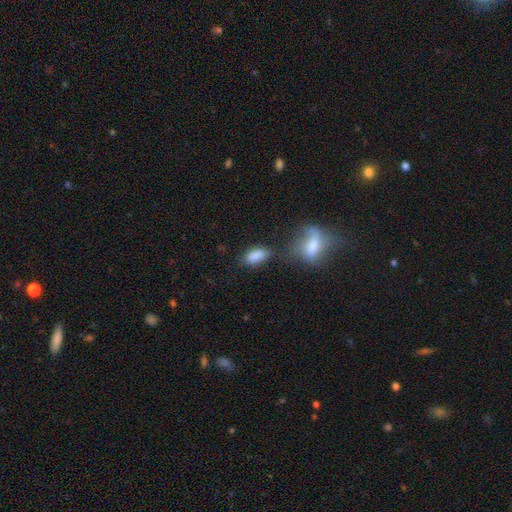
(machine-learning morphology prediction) Smooth or featured? Predicted: smooth (p=0.86). How rounded? Predicted: in between (p=0.91). Merging? Predicted: none (p=0.57).